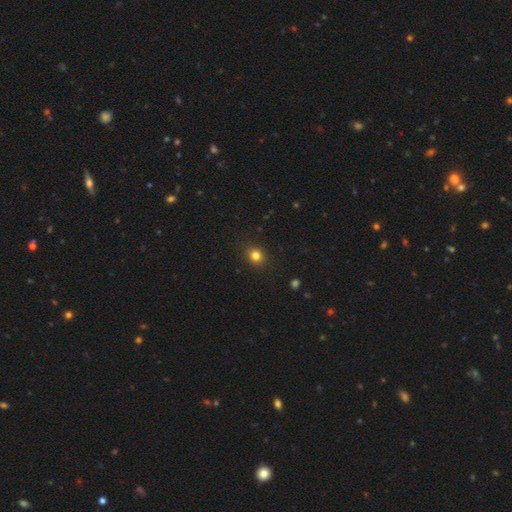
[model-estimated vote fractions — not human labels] smooth_or_featured: smooth (p=0.81) [alt: star or artifact p=0.13]
how_rounded: round (p=0.79) [alt: in between p=0.20]
merging: none (p=0.90) [alt: minor disturbance p=0.07]